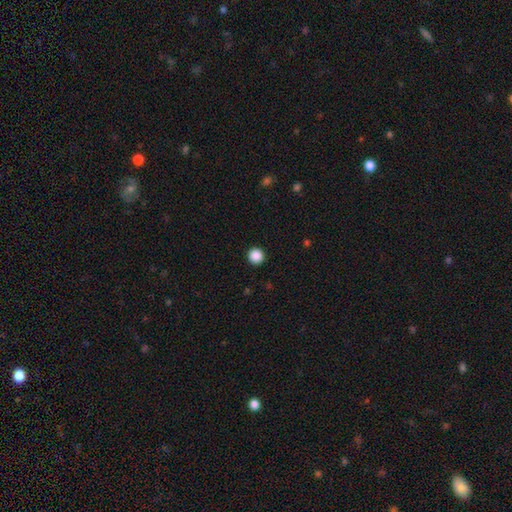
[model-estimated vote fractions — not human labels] Overall: smooth (88%). How rounded: round (95%). Merging: none (93%).